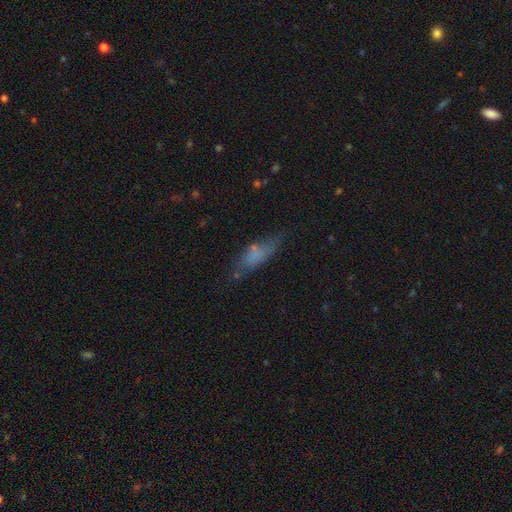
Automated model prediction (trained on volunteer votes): Overall: smooth (63%; featured or disk 26%). How rounded: in between (52%; cigar-shaped 45%). Merging: none (54%; minor disturbance 27%).